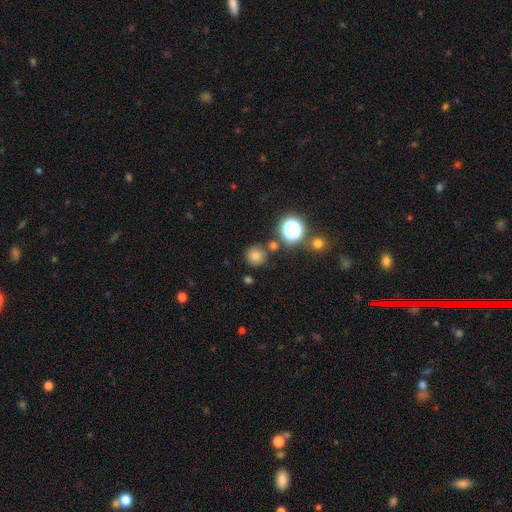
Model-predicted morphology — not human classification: This is likely a smooth galaxy (72%). How rounded: clearly round (93%). Merging: likely none (79%).